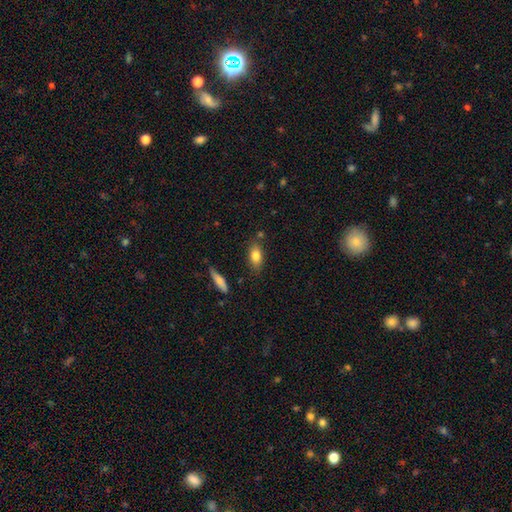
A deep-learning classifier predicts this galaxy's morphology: Smooth or featured? Predicted: smooth (p=0.80). How rounded? Predicted: in between (p=0.82). Merging? Predicted: none (p=0.77).